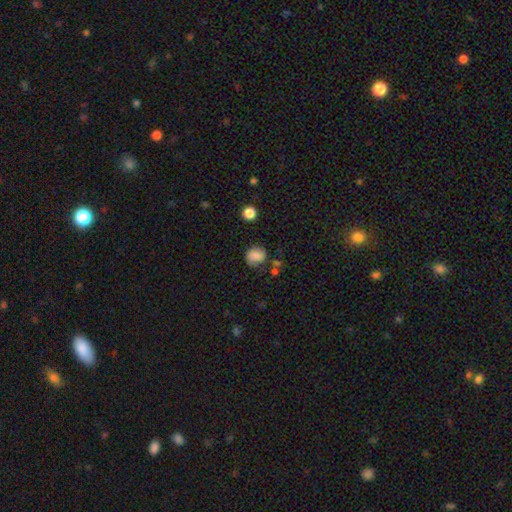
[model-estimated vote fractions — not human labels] The model was most divided on "merging": none: 67%, minor disturbance: 21%, major disturbance: 7%, merger: 5%. More confident: how rounded — round (75%); smooth or featured — smooth (74%).